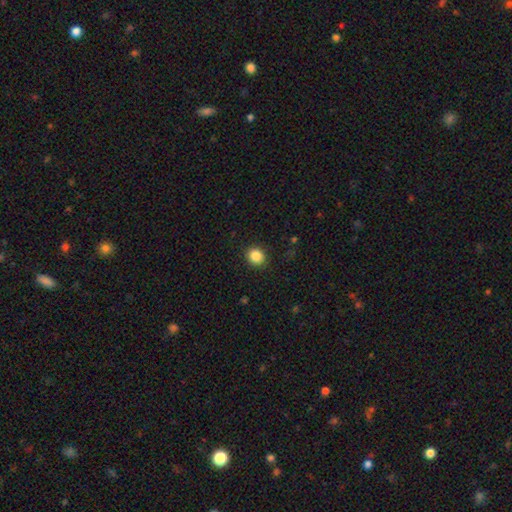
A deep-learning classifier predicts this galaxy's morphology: smooth-or-featured: smooth: 86% | star or artifact: 10% | featured or disk: 4%
  how-rounded: round: 82% | in between: 17% | cigar-shaped: 1%
  merging: none: 90% | minor disturbance: 6% | major disturbance: 2% | merger: 1%